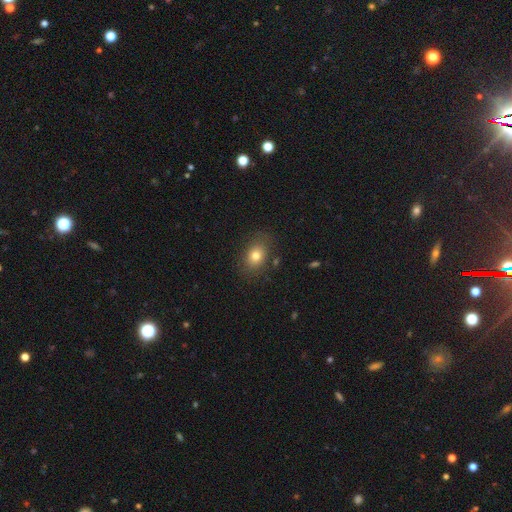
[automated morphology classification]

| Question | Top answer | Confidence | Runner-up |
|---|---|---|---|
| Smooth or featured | smooth | 78% | featured or disk (11%) |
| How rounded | in between | 64% | round (35%) |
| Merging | none | 80% | minor disturbance (14%) |